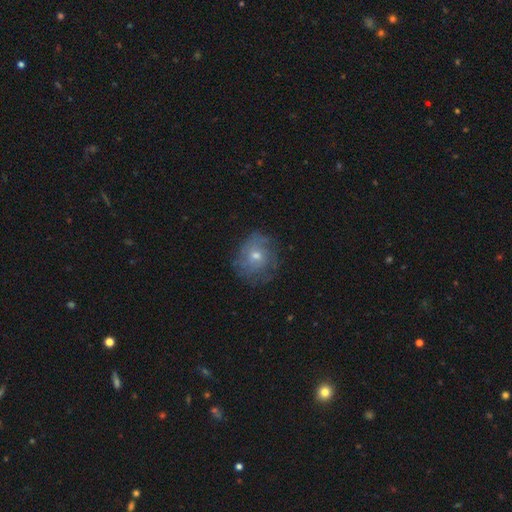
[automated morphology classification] Overall: featured or disk (52%; smooth 36%). Edge-on disk: no (96%). Bar: no (82%). Spiral arms: yes (67%; no 33%). Bulge size: small (50%; moderate 46%). Merging: none (70%).